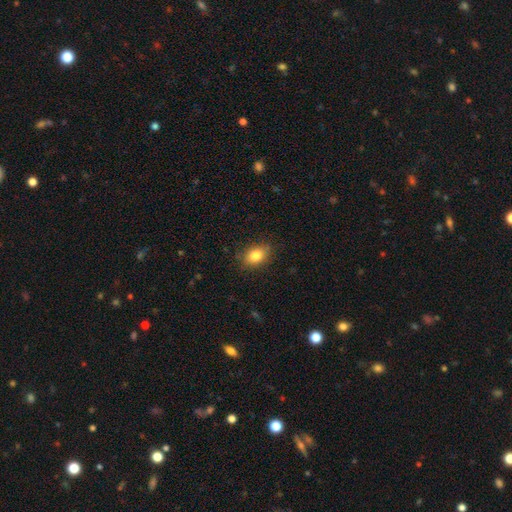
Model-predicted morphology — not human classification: Smooth or featured: smooth — 82% (star or artifact — 9%)
How rounded: in between — 77% (round — 22%)
Merging: none — 84% (minor disturbance — 12%)